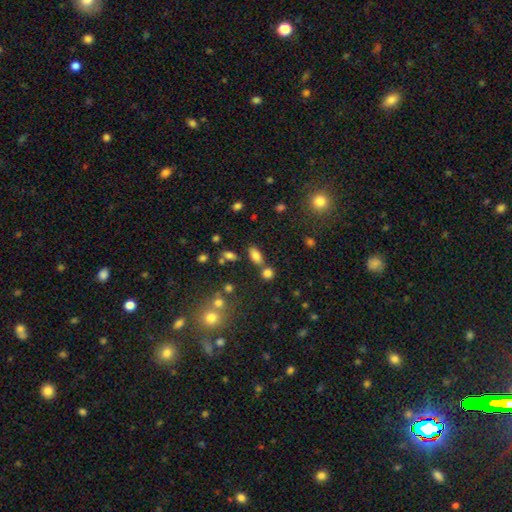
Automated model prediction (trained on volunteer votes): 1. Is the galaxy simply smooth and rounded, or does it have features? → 79% smooth, 13% star or artifact, 9% featured or disk.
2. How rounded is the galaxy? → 86% in between, 7% cigar-shaped, 7% round.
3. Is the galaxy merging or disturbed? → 66% none, 18% merger, 12% minor disturbance, 4% major disturbance.